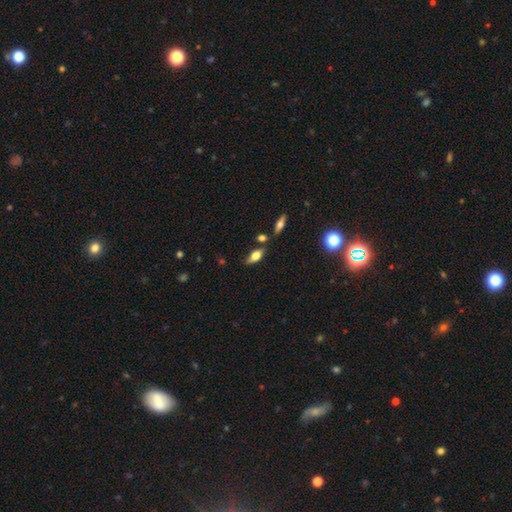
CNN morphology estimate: Smooth or featured? Predicted: smooth (p=0.56). How rounded? Predicted: in between (p=0.76). Merging? Predicted: none (p=0.70).